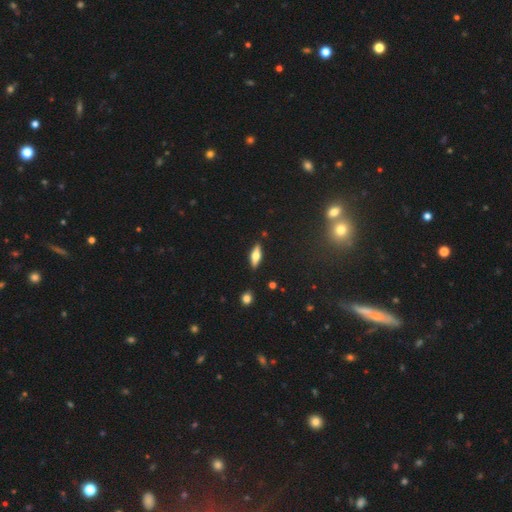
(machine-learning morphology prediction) Smooth or featured?
  - featured or disk: 48% *
  - smooth: 44%
  - star or artifact: 8%
Merging?
  - none: 88% *
  - minor disturbance: 9%
  - major disturbance: 2%
  - merger: 2%